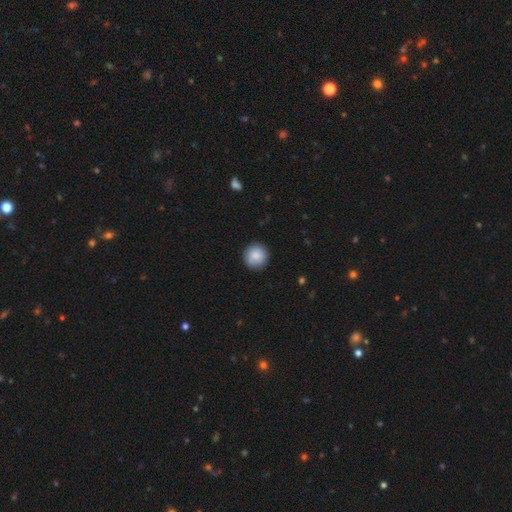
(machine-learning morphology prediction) smooth_or_featured: smooth (p=0.87) [alt: star or artifact p=0.07]
how_rounded: round (p=0.93) [alt: in between p=0.06]
merging: none (p=0.90) [alt: minor disturbance p=0.07]